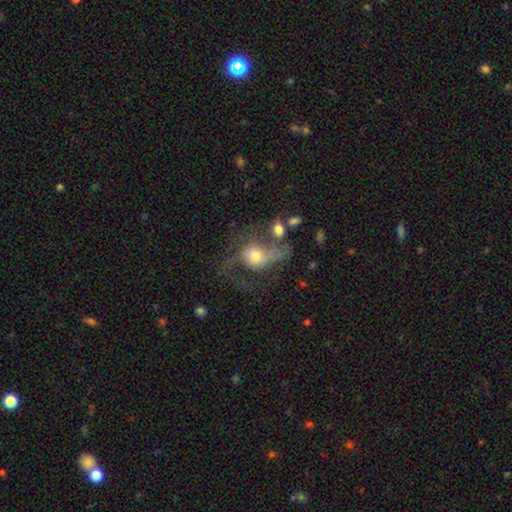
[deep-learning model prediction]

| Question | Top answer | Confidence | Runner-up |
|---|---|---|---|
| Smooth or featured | featured or disk | 54% | smooth (36%) |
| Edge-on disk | no | 95% | yes (5%) |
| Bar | no | 73% | weak (22%) |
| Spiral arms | yes | 73% | no (27%) |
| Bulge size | moderate | 55% | small (23%) |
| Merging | major disturbance | 44% | none (25%) |